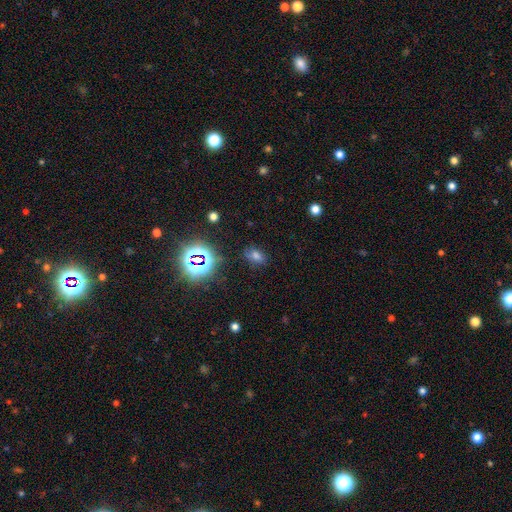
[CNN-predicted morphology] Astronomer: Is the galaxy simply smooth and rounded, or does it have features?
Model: smooth — 58%.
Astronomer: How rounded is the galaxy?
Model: in between — 81%.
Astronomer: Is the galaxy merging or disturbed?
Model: none — 76%.